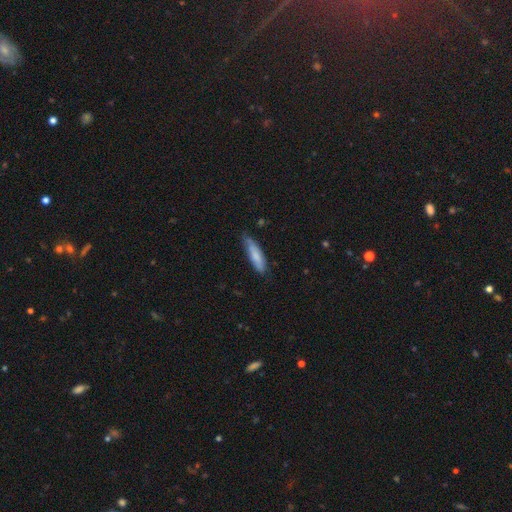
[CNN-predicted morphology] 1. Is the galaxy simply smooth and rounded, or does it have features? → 76% smooth, 18% featured or disk, 6% star or artifact.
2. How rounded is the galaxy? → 67% cigar-shaped, 32% in between, 1% round.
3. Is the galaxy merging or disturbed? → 65% none, 29% minor disturbance, 5% major disturbance, 2% merger.